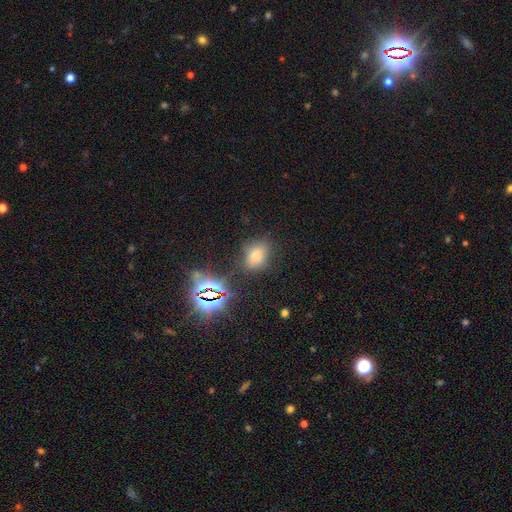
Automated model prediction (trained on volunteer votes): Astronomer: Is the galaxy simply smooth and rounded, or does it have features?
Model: smooth — 65%.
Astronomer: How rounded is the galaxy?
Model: in between — 66%.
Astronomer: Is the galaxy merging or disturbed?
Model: none — 71%.